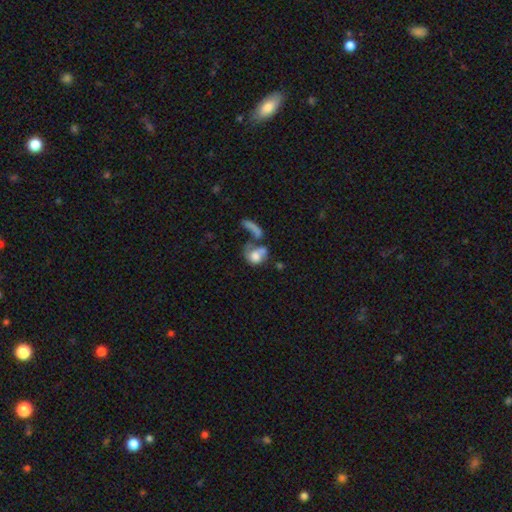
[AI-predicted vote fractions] A smooth galaxy with no disk features (56%) that is in between round and cigar-shaped (57%). Merging: merger (49%).